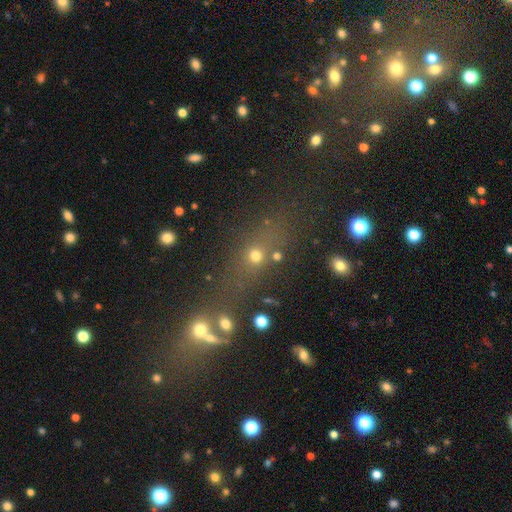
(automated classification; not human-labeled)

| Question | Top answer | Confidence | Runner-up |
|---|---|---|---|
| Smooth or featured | smooth | 57% | star or artifact (27%) |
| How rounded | round | 52% | in between (33%) |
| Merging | none | 58% | merger (21%) |